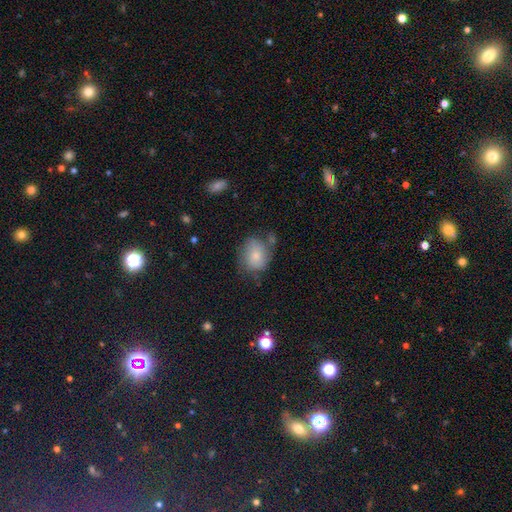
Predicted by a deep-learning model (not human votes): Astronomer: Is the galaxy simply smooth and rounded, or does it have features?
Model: smooth — 72%.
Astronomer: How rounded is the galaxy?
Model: round — 55% (runner-up: in between, 44%).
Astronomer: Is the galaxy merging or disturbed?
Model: none — 56%.